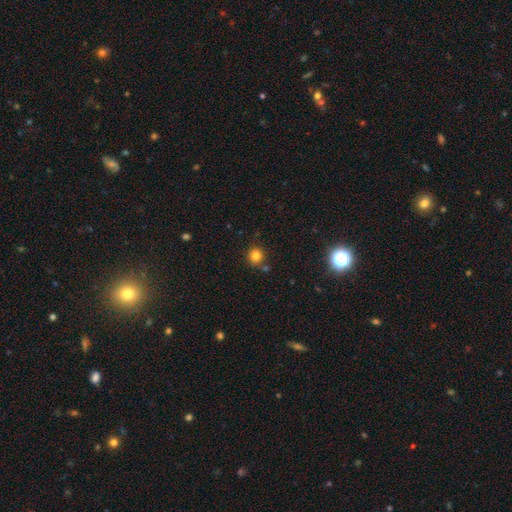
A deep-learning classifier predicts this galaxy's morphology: This appears to be a smooth galaxy with no disk features (81%) that is round (91%). Merging: none (80%).